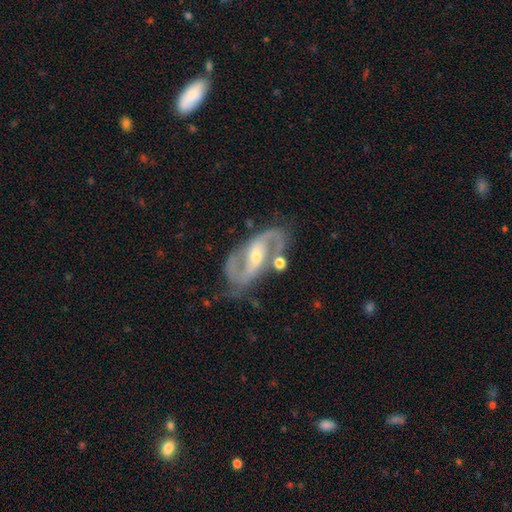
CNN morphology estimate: The model was most divided on "bar": strong: 39%, weak: 38%, no: 23%. More confident: spiral arms — yes (95%); edge-on disk — no (95%); spiral arm count — 2 (90%); smooth or featured — featured or disk (88%); merging — none (70%); bulge size — moderate (54%); spiral winding — medium (51%).